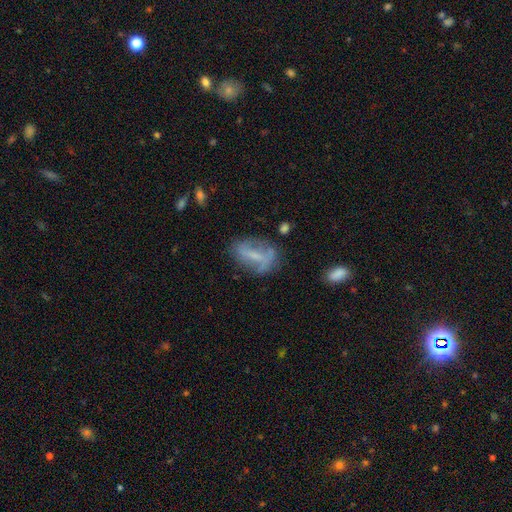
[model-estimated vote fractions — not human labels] Overall: featured or disk (54%; smooth 36%). Edge-on disk: no (91%). Merging: none (55%; minor disturbance 25%).